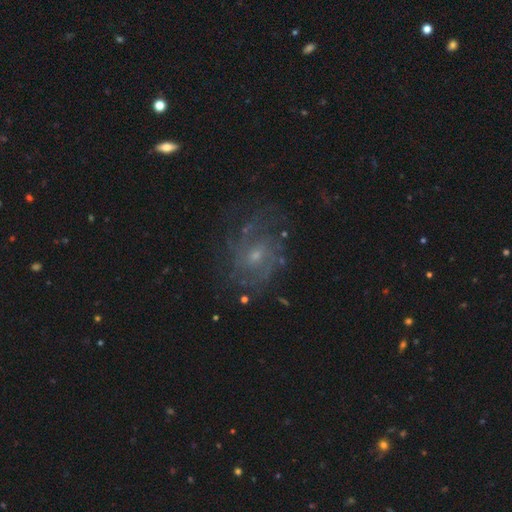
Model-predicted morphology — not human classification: Smooth or featured: featured or disk — 77% (smooth — 13%)
Edge-on disk: no — 97% (yes — 3%)
Bar: no — 63% (weak — 33%)
Spiral arms: yes — 87% (no — 13%)
Spiral winding: medium — 42% (tight — 38%)
Spiral arm count: can't tell — 41% (2 — 24%)
Bulge size: small — 66% (moderate — 28%)
Merging: none — 66% (minor disturbance — 18%)